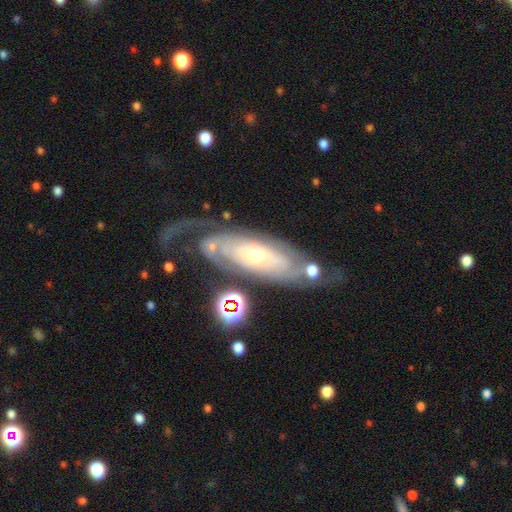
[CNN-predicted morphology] Smooth or featured?
  - featured or disk: 82% *
  - smooth: 12%
  - star or artifact: 6%
Edge-on disk?
  - no: 86% *
  - yes: 14%
Bar?
  - no: 68% *
  - weak: 23%
  - strong: 9%
Spiral arms?
  - yes: 88% *
  - no: 12%
Spiral winding?
  - tight: 59% *
  - medium: 28%
  - loose: 13%
Spiral arm count?
  - can't tell: 44% *
  - 2: 34%
  - 1: 9%
  - 3: 6%
  - 4: 3%
  - more than 4: 3%
Bulge size?
  - moderate: 50% *
  - small: 42%
  - large: 5%
  - none: 2%
  - dominant: 1%
Merging?
  - none: 52% *
  - major disturbance: 21%
  - minor disturbance: 20%
  - merger: 7%